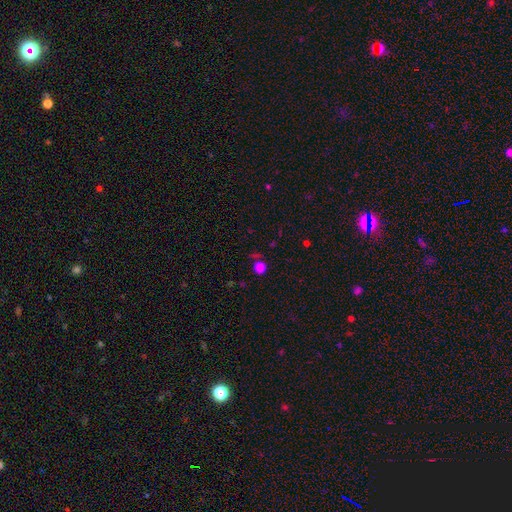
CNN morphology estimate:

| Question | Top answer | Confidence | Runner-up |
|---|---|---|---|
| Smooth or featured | smooth | 73% | star or artifact (21%) |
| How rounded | round | 92% | in between (7%) |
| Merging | none | 80% | minor disturbance (10%) |